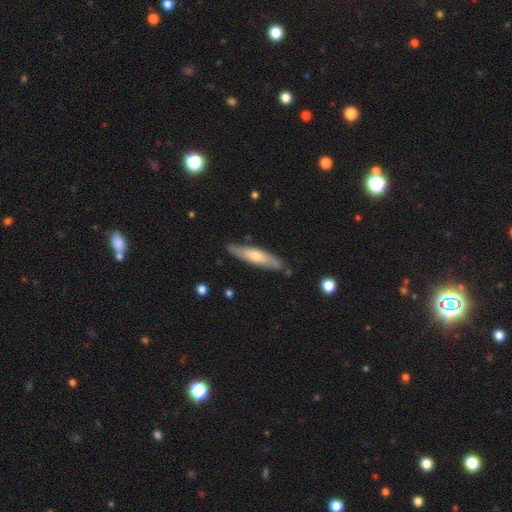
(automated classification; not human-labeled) smooth-or-featured: smooth: 51% | featured or disk: 44% | star or artifact: 5%
  how-rounded: cigar-shaped: 78% | in between: 20% | round: 2%
  merging: none: 82% | minor disturbance: 13% | merger: 2% | major disturbance: 2%